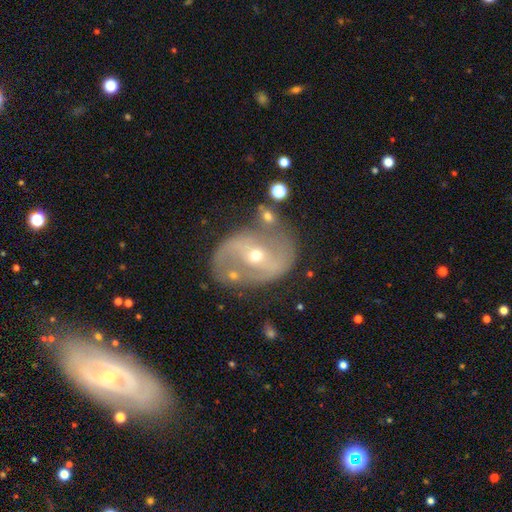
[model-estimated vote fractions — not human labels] smooth_or_featured: featured or disk (p=0.81) [alt: smooth p=0.11]
disk_edge_on: no (p=0.96) [alt: yes p=0.04]
bar: strong (p=0.36) [alt: weak p=0.34]
has_spiral_arms: yes (p=0.81) [alt: no p=0.19]
spiral_winding: medium (p=0.43) [alt: loose p=0.36]
spiral_arm_count: 2 (p=0.85) [alt: can't tell p=0.08]
bulge_size: small (p=0.56) [alt: moderate p=0.41]
merging: none (p=0.68) [alt: minor disturbance p=0.18]